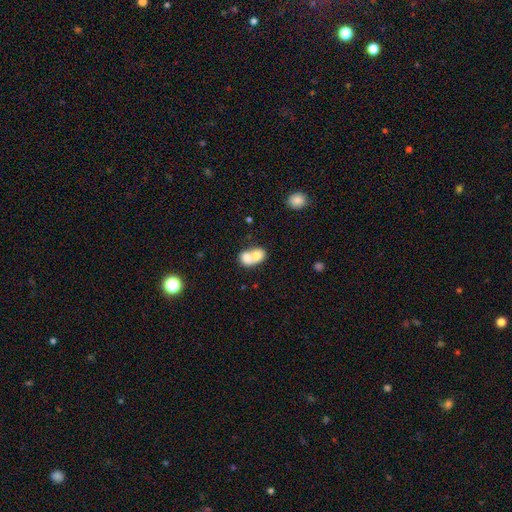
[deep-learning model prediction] smooth-or-featured: smooth: 72% | featured or disk: 21% | star or artifact: 7%
  how-rounded: in between: 58% | round: 41% | cigar-shaped: 1%
  merging: merger: 77% | none: 15% | minor disturbance: 5% | major disturbance: 3%